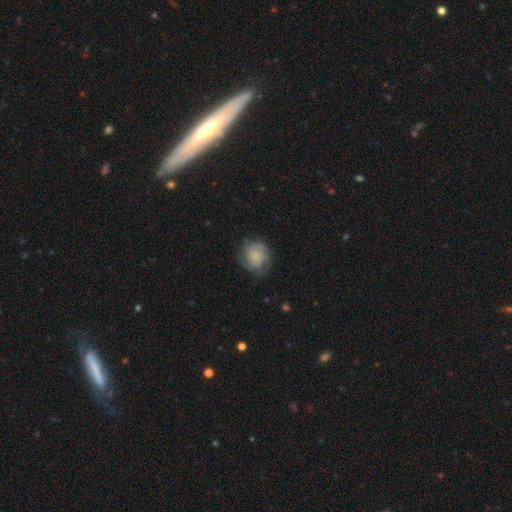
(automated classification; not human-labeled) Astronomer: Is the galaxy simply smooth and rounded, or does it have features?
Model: featured or disk — 63%.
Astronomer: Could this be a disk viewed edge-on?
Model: no — 98%.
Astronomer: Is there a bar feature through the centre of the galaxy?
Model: no — 75%.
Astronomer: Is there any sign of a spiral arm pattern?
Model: yes — 92%.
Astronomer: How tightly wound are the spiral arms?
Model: tight — 51% (runner-up: medium, 37%).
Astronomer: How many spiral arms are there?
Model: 2 — 39% (runner-up: can't tell, 24%).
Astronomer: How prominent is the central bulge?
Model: small — 64%.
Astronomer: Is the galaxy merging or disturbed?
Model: none — 69%.